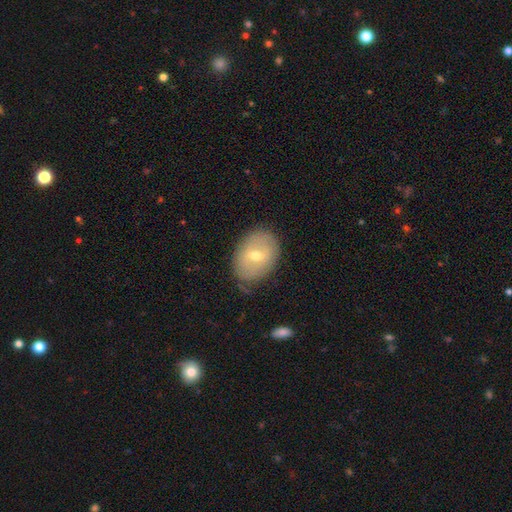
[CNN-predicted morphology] This appears to be a smooth galaxy with no disk features (52%) that is in between round and cigar-shaped (72%). Merging: none (73%).